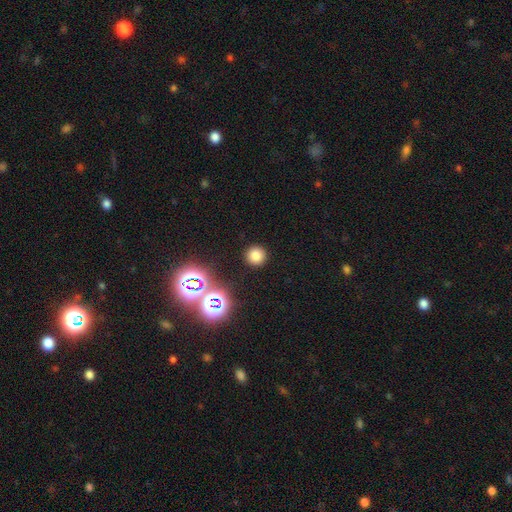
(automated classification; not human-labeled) Smooth or featured?
  - smooth: 76% *
  - star or artifact: 18%
  - featured or disk: 6%
How rounded?
  - round: 94% *
  - in between: 5%
  - cigar-shaped: 1%
Merging?
  - none: 91% *
  - minor disturbance: 5%
  - major disturbance: 2%
  - merger: 2%